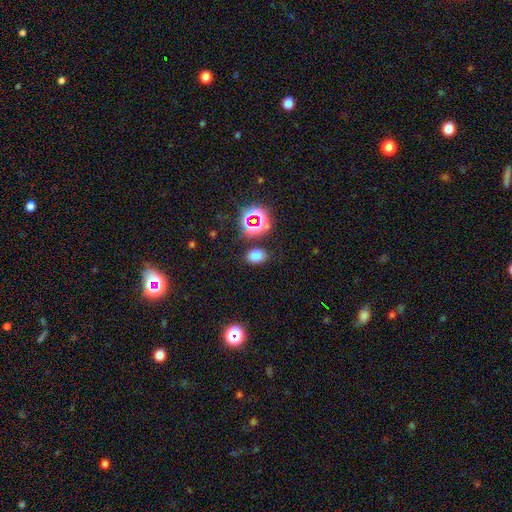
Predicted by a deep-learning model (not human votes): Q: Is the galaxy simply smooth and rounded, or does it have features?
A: smooth — 72%.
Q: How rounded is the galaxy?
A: in between — 69%.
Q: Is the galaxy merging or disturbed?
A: none — 83%.